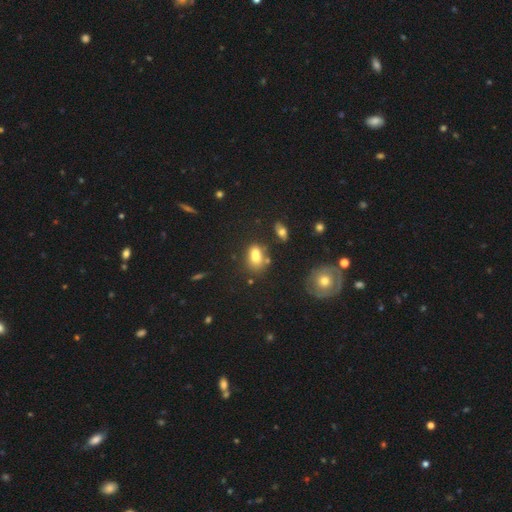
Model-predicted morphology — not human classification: Smooth or featured?
  - smooth: 73% *
  - featured or disk: 14%
  - star or artifact: 13%
How rounded?
  - in between: 76% *
  - round: 22%
  - cigar-shaped: 2%
Merging?
  - none: 46% *
  - merger: 30%
  - minor disturbance: 17%
  - major disturbance: 7%